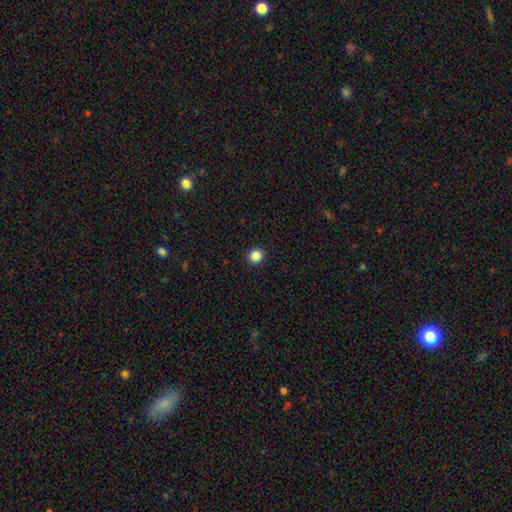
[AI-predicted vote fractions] This is clearly a smooth galaxy (86%). How rounded: clearly round (87%). Merging: clearly none (93%).